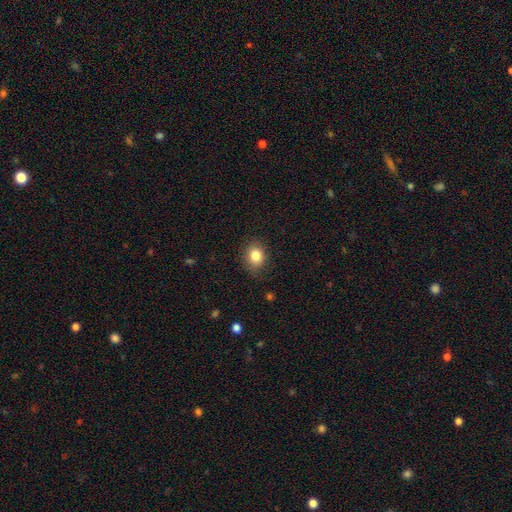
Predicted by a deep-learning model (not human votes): smooth_or_featured: smooth (p=0.83) [alt: star or artifact p=0.10]
how_rounded: round (p=0.60) [alt: in between p=0.39]
merging: none (p=0.85) [alt: minor disturbance p=0.11]